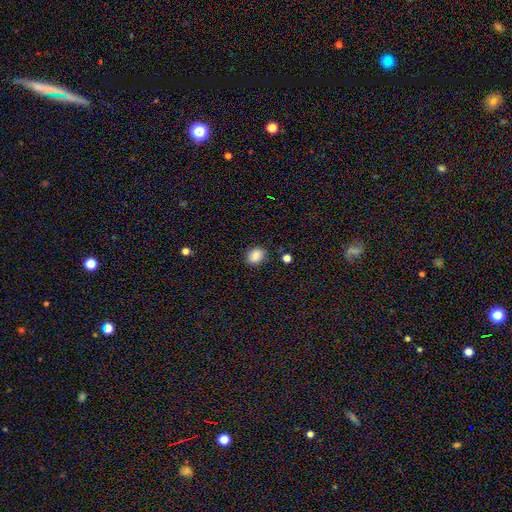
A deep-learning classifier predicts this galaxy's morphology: smooth_or_featured: smooth (p=0.87) [alt: star or artifact p=0.09]
how_rounded: in between (p=0.55) [alt: round p=0.44]
merging: none (p=0.83) [alt: minor disturbance p=0.12]